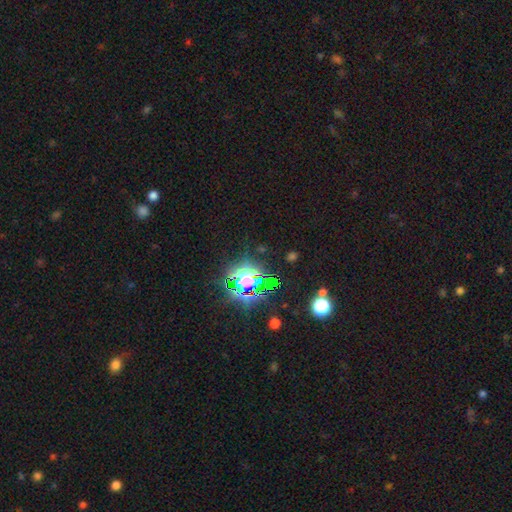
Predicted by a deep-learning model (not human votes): smooth-or-featured: star or artifact: 82% | smooth: 11% | featured or disk: 7%